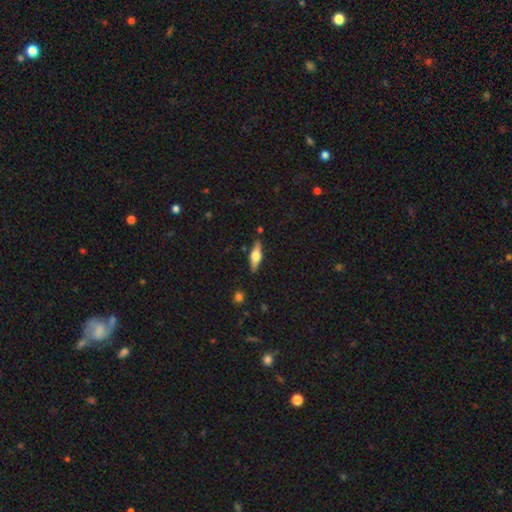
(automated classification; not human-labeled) Smooth or featured?
  - featured or disk: 56% *
  - smooth: 38%
  - star or artifact: 6%
Edge-on disk?
  - yes: 94% *
  - no: 6%
Edge-on bulge?
  - rounded: 92% *
  - boxy: 6%
  - none: 2%
Merging?
  - none: 86% *
  - minor disturbance: 10%
  - major disturbance: 2%
  - merger: 2%